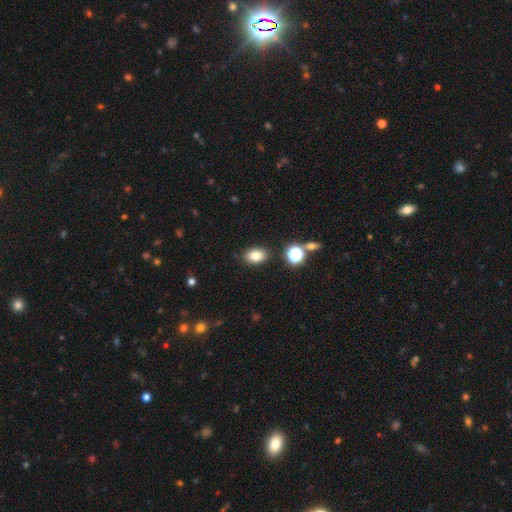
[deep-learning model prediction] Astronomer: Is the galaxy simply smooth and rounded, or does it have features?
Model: smooth — 81%.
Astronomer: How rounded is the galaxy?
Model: in between — 84%.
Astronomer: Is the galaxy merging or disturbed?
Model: none — 85%.